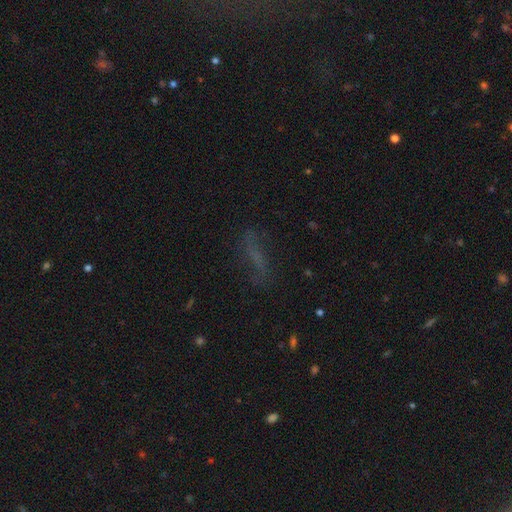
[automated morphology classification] This appears to be a smooth galaxy with no disk features (43%). Merging: none (67%).